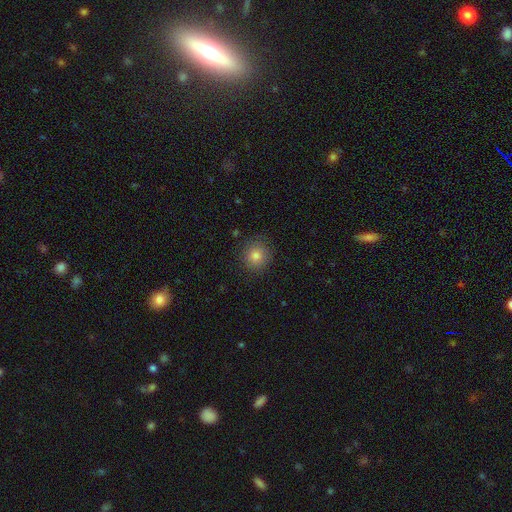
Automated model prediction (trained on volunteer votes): Smooth or featured?
  - smooth: 80% *
  - star or artifact: 12%
  - featured or disk: 8%
How rounded?
  - round: 90% *
  - in between: 9%
  - cigar-shaped: 1%
Merging?
  - none: 87% *
  - minor disturbance: 9%
  - major disturbance: 3%
  - merger: 1%